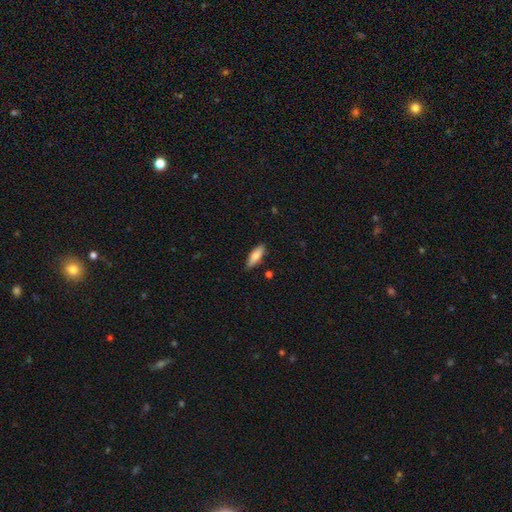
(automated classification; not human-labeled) Q: Smooth or featured?
A: smooth (82%); runner-up: featured or disk (12%)
Q: How rounded?
A: in between (61%); runner-up: cigar-shaped (37%)
Q: Merging?
A: none (84%); runner-up: minor disturbance (11%)